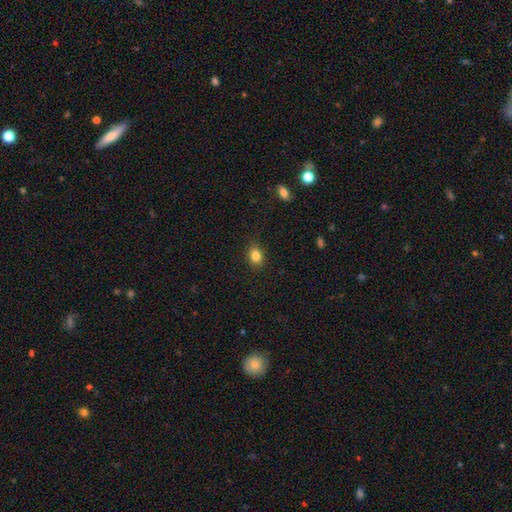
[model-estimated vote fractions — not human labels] This is clearly a smooth galaxy (84%). How rounded: likely in between (63%). Merging: clearly none (87%).